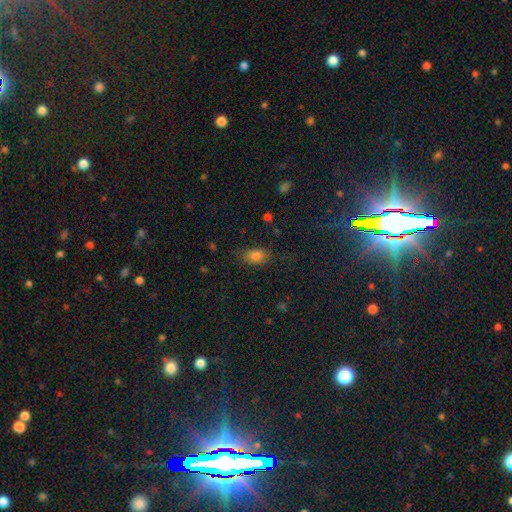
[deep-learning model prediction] This appears to be a smooth galaxy with no disk features (75%) that is in between round and cigar-shaped (81%). Merging: none (78%).